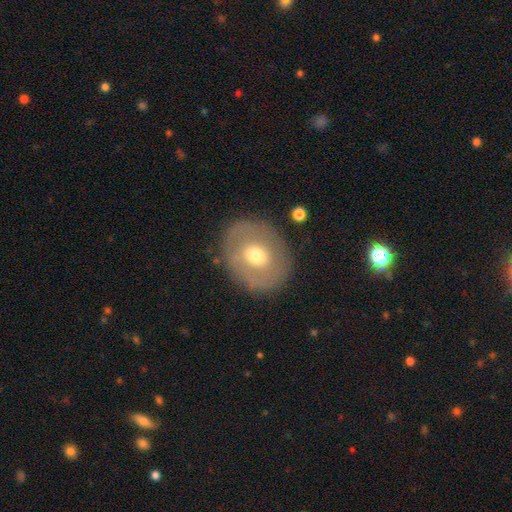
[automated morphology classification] smooth 50%, featured or disk 43%, star or artifact 7%. Down the decision tree: merging — none (82%).